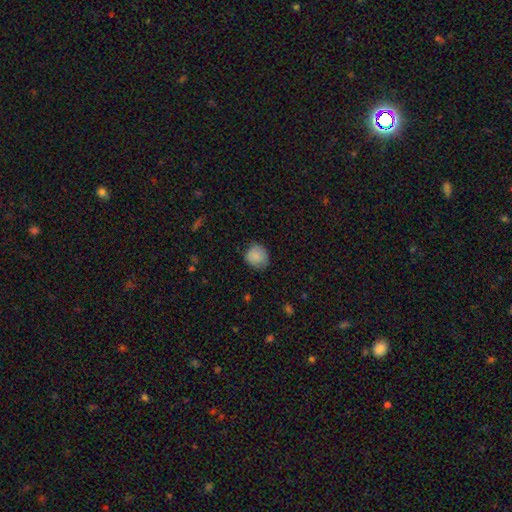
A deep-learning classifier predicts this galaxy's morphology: A smooth galaxy with no disk features (87%) that is round (80%). Merging: none (77%).